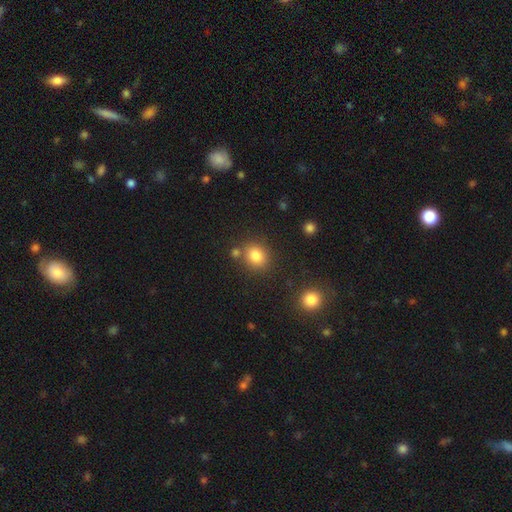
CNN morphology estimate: A smooth galaxy with no disk features (82%) that is round (71%).

Vote fractions:
- Smooth or featured? smooth: 82% / star or artifact: 12% / featured or disk: 7%
- How rounded? round: 71% / in between: 28% / cigar-shaped: 1%
- Merging? none: 76% / merger: 11% / minor disturbance: 10% / major disturbance: 3%